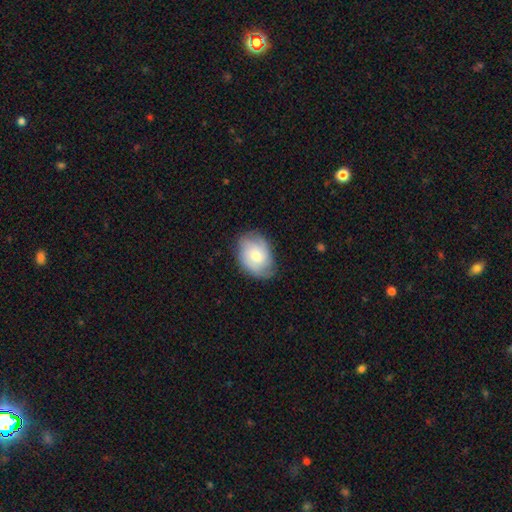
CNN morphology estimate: Smooth or featured: featured or disk — 49% (smooth — 44%)
Merging: none — 75% (minor disturbance — 19%)